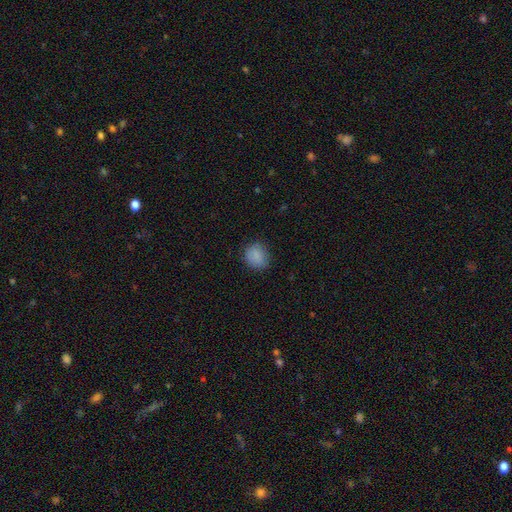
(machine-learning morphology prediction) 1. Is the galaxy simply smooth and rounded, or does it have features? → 87% smooth, 9% star or artifact, 4% featured or disk.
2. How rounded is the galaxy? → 67% round, 32% in between, 1% cigar-shaped.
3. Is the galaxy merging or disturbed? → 83% none, 12% minor disturbance, 3% major disturbance, 1% merger.